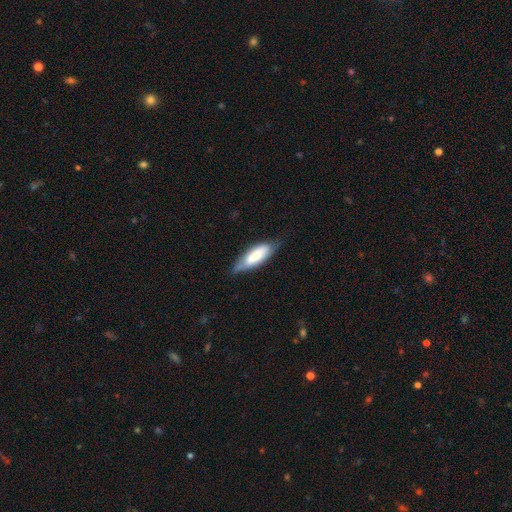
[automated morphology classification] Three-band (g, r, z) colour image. It shows a smooth galaxy with no disk features (60%) that is in between round and cigar-shaped (63%). Merging: none (66%).